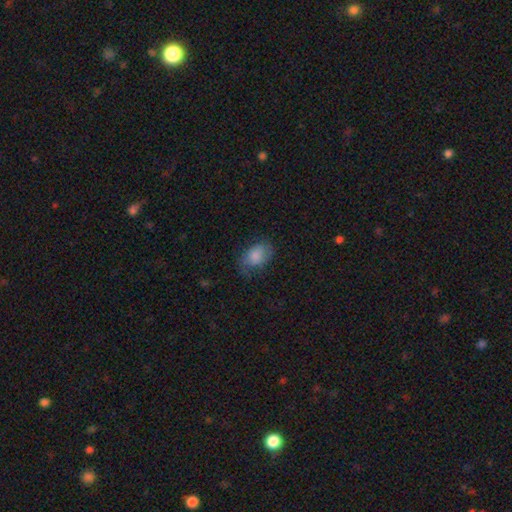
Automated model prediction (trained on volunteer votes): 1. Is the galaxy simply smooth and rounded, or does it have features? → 77% smooth, 14% featured or disk, 9% star or artifact.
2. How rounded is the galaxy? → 82% in between, 17% round, 1% cigar-shaped.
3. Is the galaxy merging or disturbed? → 59% none, 26% minor disturbance, 13% major disturbance, 1% merger.